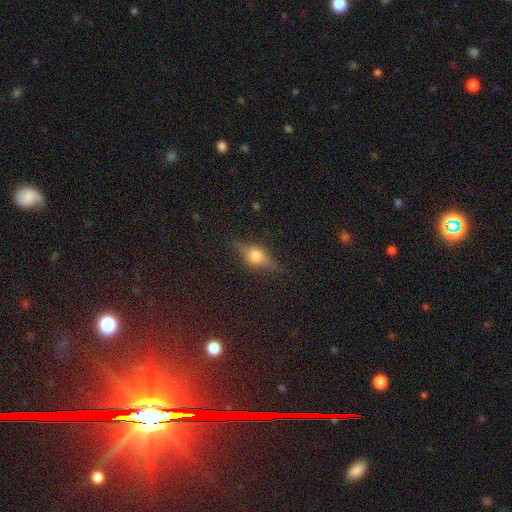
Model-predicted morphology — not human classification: The model was most divided on "smooth or featured": featured or disk: 59%, smooth: 29%, star or artifact: 12%. More confident: edge-on bulge — rounded (94%); edge-on disk — yes (92%); merging — none (83%).